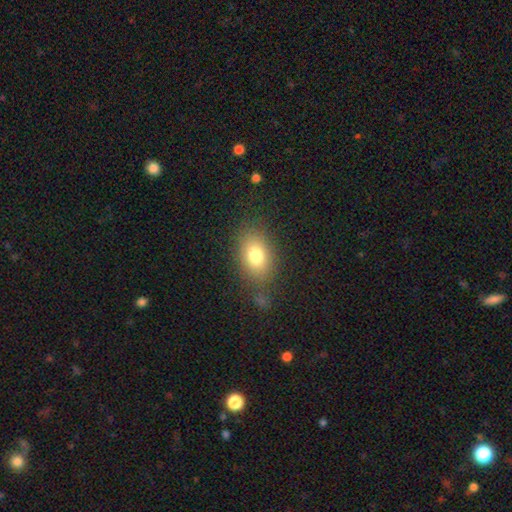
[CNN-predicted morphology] Overall: smooth (77%). How rounded: in between (81%). Merging: none (76%).